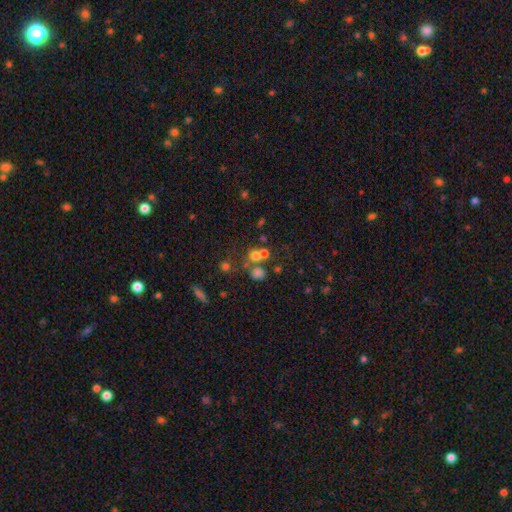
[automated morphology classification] A smooth galaxy with no disk features (64%) that is round (82%).

Vote fractions:
- Smooth or featured? smooth: 64% / star or artifact: 22% / featured or disk: 14%
- How rounded? round: 82% / in between: 16% / cigar-shaped: 1%
- Merging? none: 48% / merger: 38% / minor disturbance: 8% / major disturbance: 5%